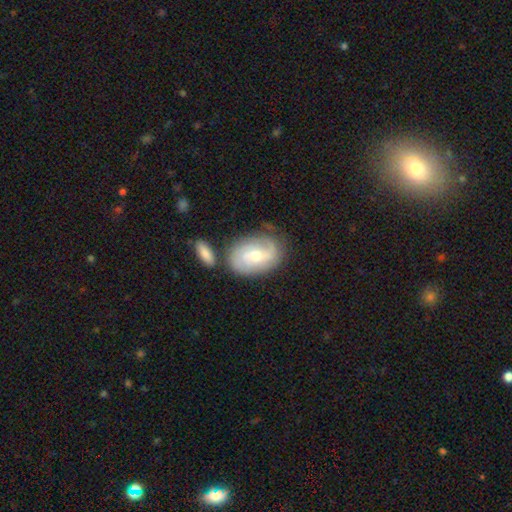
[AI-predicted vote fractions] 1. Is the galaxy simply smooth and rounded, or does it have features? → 74% featured or disk, 20% smooth, 6% star or artifact.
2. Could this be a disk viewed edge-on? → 95% no, 5% yes.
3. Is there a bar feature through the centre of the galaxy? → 51% no, 40% weak, 9% strong.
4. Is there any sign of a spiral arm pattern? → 91% yes, 9% no.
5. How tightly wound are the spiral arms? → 49% tight, 36% medium, 15% loose.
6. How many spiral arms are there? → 44% 2, 28% can't tell, 17% 3, 4% 1, 4% 4, 3% more than 4.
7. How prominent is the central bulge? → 62% moderate, 33% small, 3% large, 1% none, 1% dominant.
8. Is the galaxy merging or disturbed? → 65% none, 19% minor disturbance, 10% merger, 6% major disturbance.